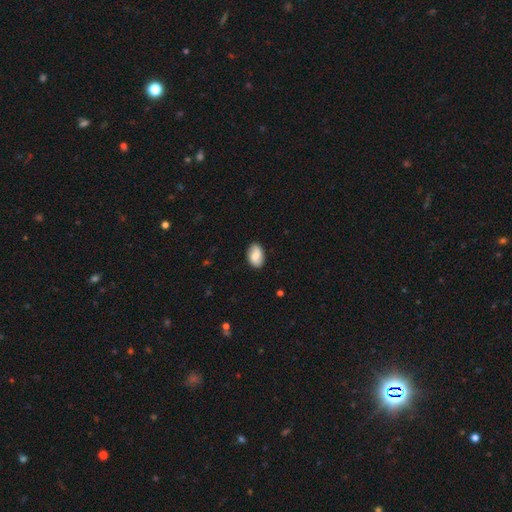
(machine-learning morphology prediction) The model was most divided on "smooth or featured": smooth: 73%, featured or disk: 20%, star or artifact: 7%. More confident: how rounded — in between (90%); merging — none (84%).